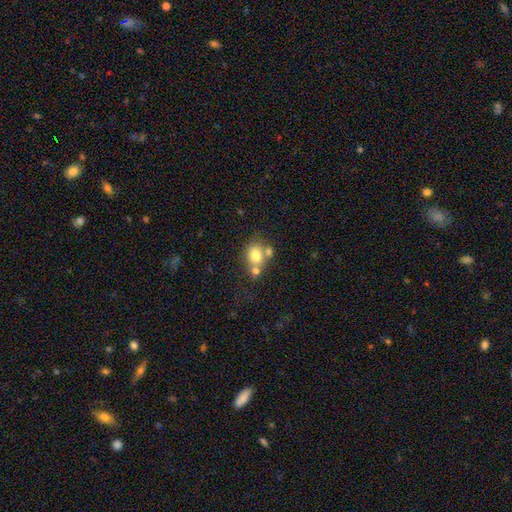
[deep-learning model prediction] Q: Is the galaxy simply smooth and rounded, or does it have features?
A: smooth — 75%.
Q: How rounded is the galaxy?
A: round — 56%.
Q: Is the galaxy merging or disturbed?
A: none — 47%.